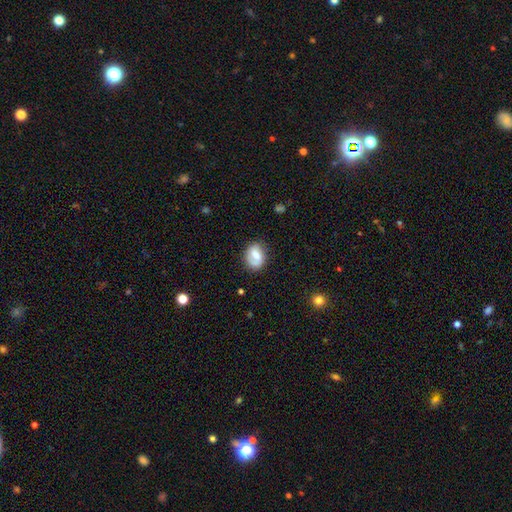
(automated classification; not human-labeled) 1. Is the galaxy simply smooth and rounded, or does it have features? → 54% smooth, 38% featured or disk, 8% star or artifact.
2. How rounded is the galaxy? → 59% in between, 40% round, 1% cigar-shaped.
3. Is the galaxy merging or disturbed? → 70% none, 21% minor disturbance, 7% major disturbance, 2% merger.